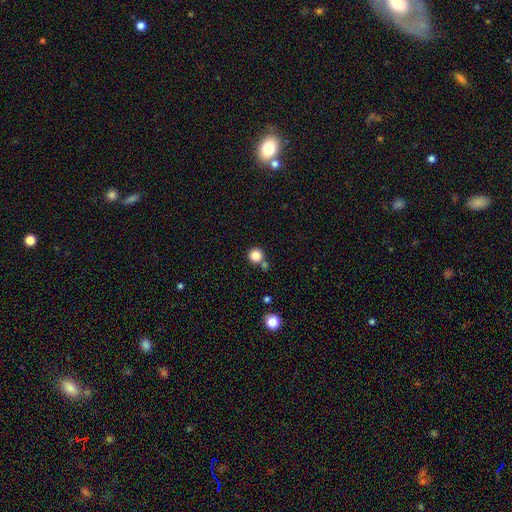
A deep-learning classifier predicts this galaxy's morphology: Q: Smooth or featured?
A: smooth (85%); runner-up: star or artifact (11%)
Q: How rounded?
A: round (94%); runner-up: in between (5%)
Q: Merging?
A: none (71%); runner-up: merger (18%)